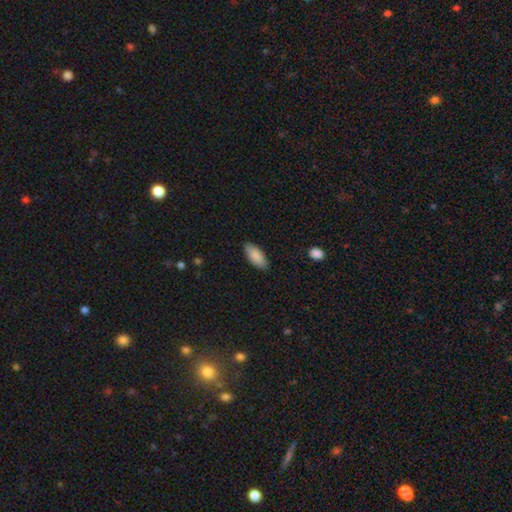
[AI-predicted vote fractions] Smooth or featured? Predicted: smooth (p=0.88). How rounded? Predicted: in between (p=0.89). Merging? Predicted: none (p=0.86).